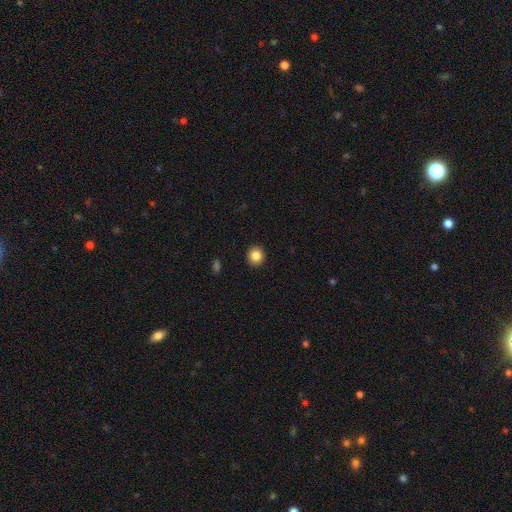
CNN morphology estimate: The model was most divided on "smooth or featured": smooth: 85%, star or artifact: 10%, featured or disk: 5%. More confident: merging — none (92%); how rounded — round (90%).